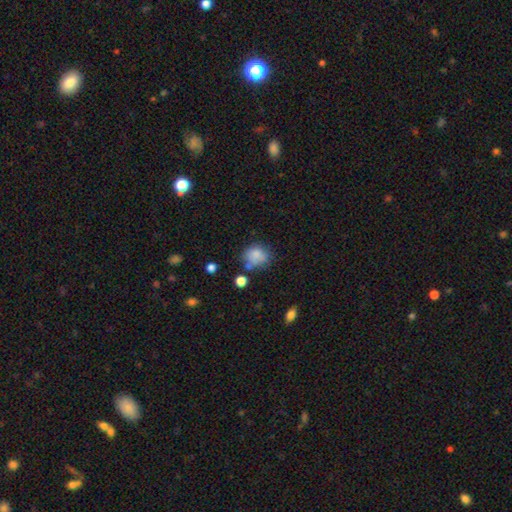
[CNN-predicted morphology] smooth_or_featured: smooth (p=0.81) [alt: star or artifact p=0.11]
how_rounded: round (p=0.69) [alt: in between p=0.30]
merging: none (p=0.58) [alt: minor disturbance p=0.22]